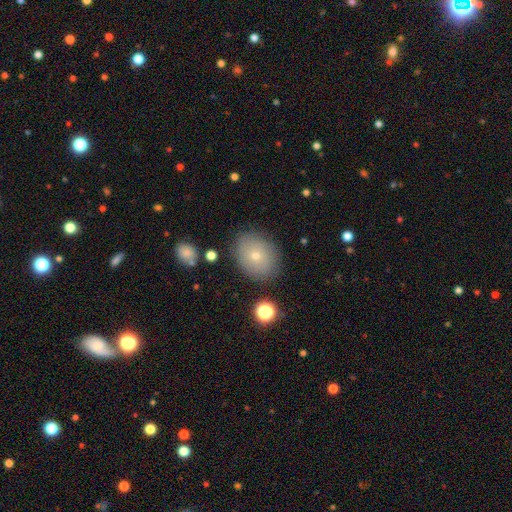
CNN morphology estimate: Smooth or featured? smooth (70%)
How rounded? in between (54%)
Merging? none (82%)